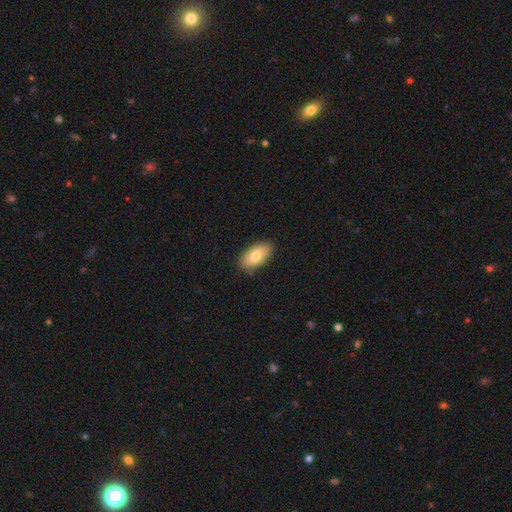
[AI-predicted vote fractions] Overall: smooth (76%). How rounded: in between (93%). Merging: none (83%).